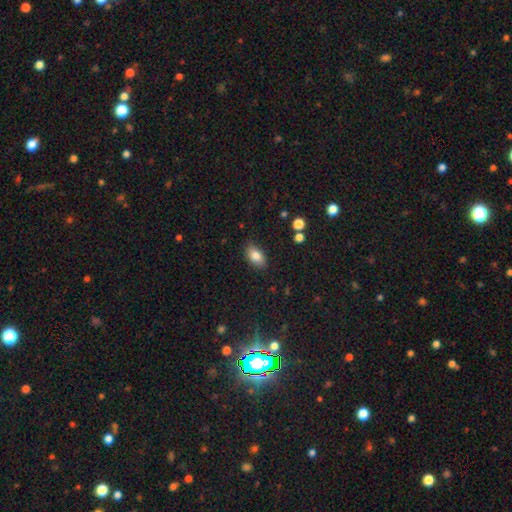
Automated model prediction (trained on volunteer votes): smooth-or-featured: smooth: 82% | featured or disk: 10% | star or artifact: 8%
  how-rounded: in between: 90% | round: 8% | cigar-shaped: 2%
  merging: none: 84% | minor disturbance: 12% | major disturbance: 2% | merger: 1%